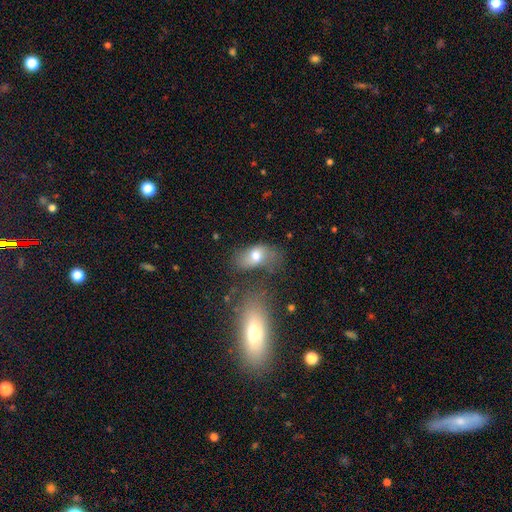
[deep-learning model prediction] Smooth or featured? Predicted: smooth (p=0.67). How rounded? Predicted: in between (p=0.87). Merging? Predicted: none (p=0.40).